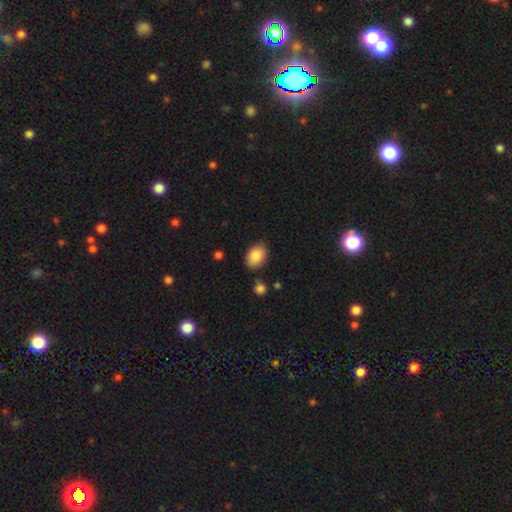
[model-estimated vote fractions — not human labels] Smooth or featured? Predicted: smooth (p=0.87). How rounded? Predicted: in between (p=0.81). Merging? Predicted: none (p=0.79).